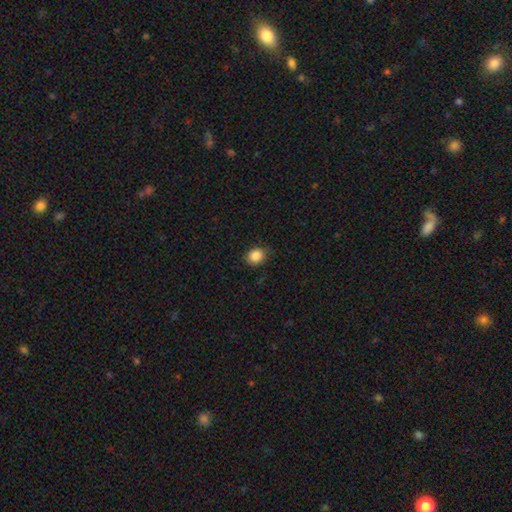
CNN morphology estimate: Q: Smooth or featured?
A: smooth (87%); runner-up: star or artifact (10%)
Q: How rounded?
A: round (69%); runner-up: in between (30%)
Q: Merging?
A: none (83%); runner-up: minor disturbance (13%)